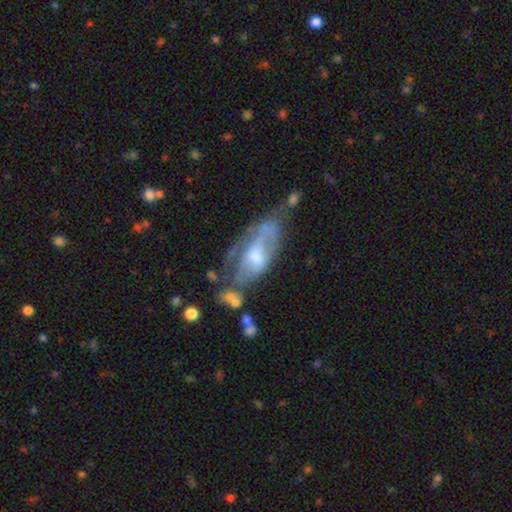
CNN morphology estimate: A featured or disk galaxy (63%) with no bar (53%), no spiral arms (53%) and a moderate central bulge (54%).

Vote fractions:
- Smooth or featured? featured or disk: 63% / smooth: 30% / star or artifact: 7%
- Edge-on disk? no: 87% / yes: 13%
- Bar? no: 53% / weak: 35% / strong: 13%
- Spiral arms? no: 53% / yes: 47%
- Bulge size? moderate: 54% / small: 29% / large: 11% / none: 6% / dominant: 1%
- Merging? major disturbance: 32% / none: 28% / minor disturbance: 26% / merger: 14%